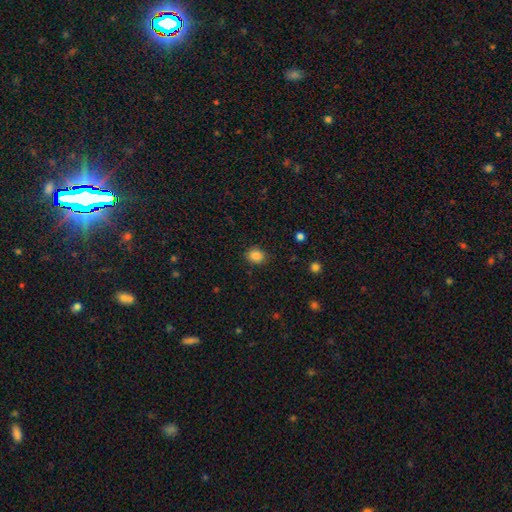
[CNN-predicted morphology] Smooth or featured? smooth (86%)
How rounded? round (64%)
Merging? none (86%)